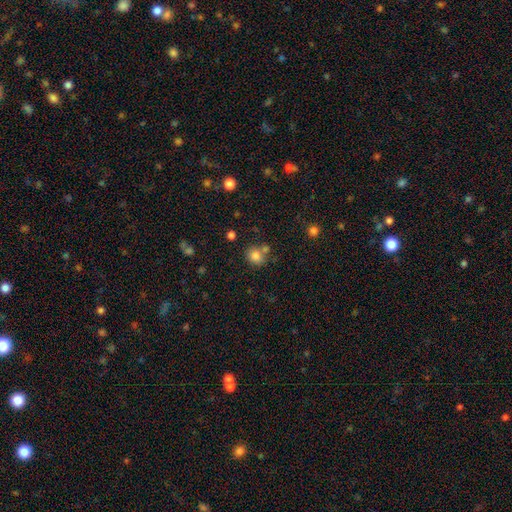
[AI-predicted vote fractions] Smooth or featured: smooth — 82% (star or artifact — 11%)
How rounded: round — 74% (in between — 25%)
Merging: none — 64% (merger — 20%)